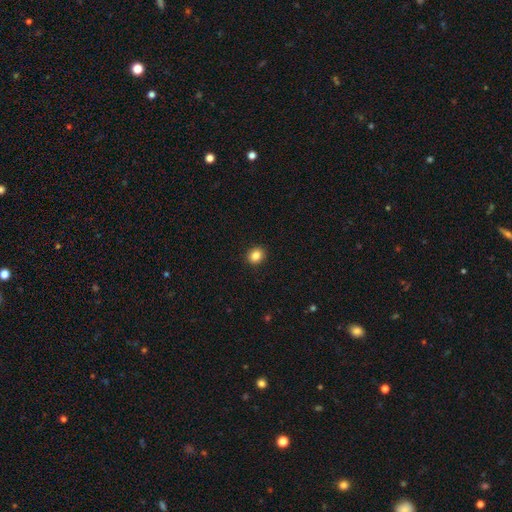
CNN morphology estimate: A smooth galaxy with no disk features (85%) that is round (69%).

Vote fractions:
- Smooth or featured? smooth: 85% / star or artifact: 10% / featured or disk: 5%
- How rounded? round: 69% / in between: 30% / cigar-shaped: 1%
- Merging? none: 92% / minor disturbance: 6% / major disturbance: 2% / merger: 1%